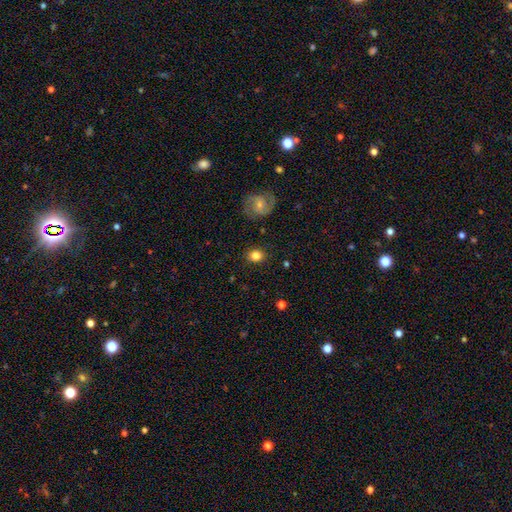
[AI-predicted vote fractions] This appears to be a smooth galaxy with no disk features (80%) that is round (70%). Merging: none (86%).